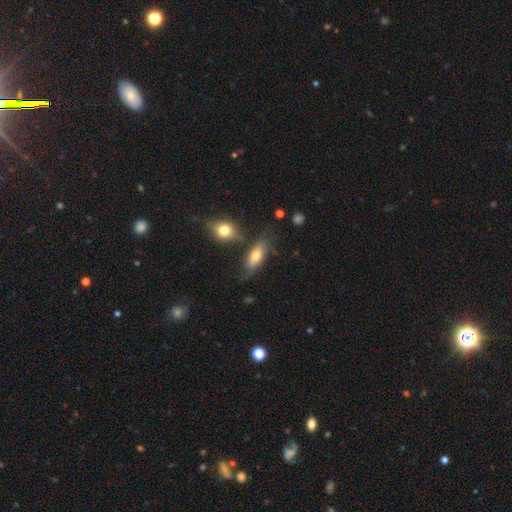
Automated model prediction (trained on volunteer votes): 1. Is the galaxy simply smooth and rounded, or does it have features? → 67% smooth, 25% featured or disk, 8% star or artifact.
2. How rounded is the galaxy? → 78% in between, 18% cigar-shaped, 4% round.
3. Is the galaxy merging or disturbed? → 64% none, 20% minor disturbance, 9% merger, 7% major disturbance.